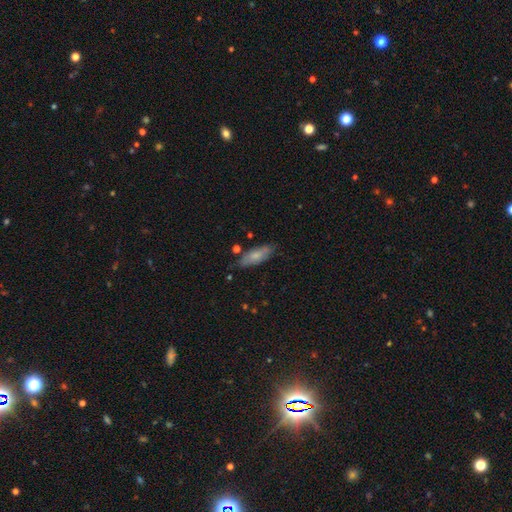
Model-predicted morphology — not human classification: smooth 70%, featured or disk 23%, star or artifact 6%. Down the decision tree: how rounded — in between (70%); merging — none (71%).